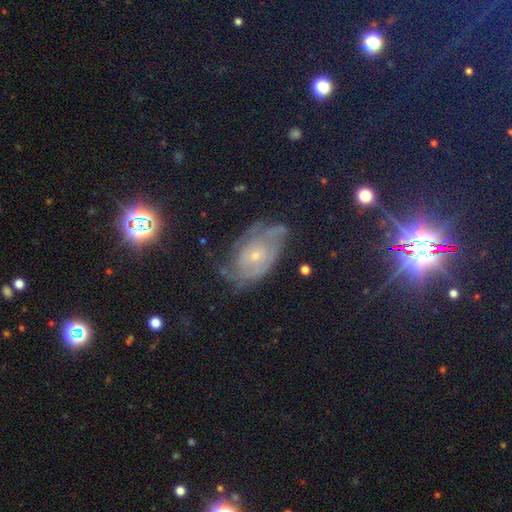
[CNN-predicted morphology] This is likely a featured or disk galaxy (64%). It is clearly not viewed edge-on (95%). Bar: likely no (77%). Spiral arm pattern: clearly yes (84%). Spiral arm count: possibly can't tell (46%). Spiral winding: possibly tight (57%). Central bulge: likely small (74%). Merging: possibly none (58%).